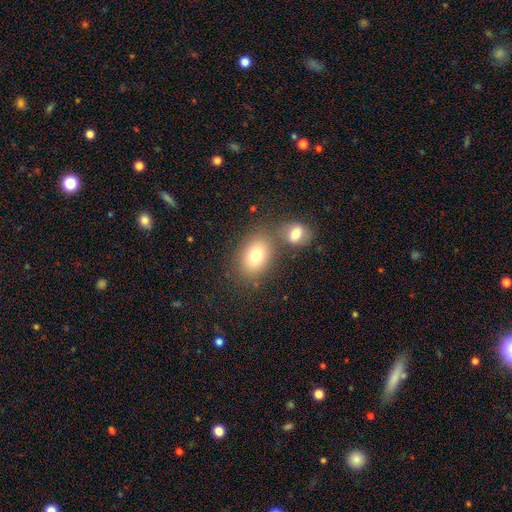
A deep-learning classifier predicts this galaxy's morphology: Q: Smooth or featured?
A: smooth (77%); runner-up: featured or disk (13%)
Q: How rounded?
A: in between (70%); runner-up: round (29%)
Q: Merging?
A: none (58%); runner-up: merger (27%)